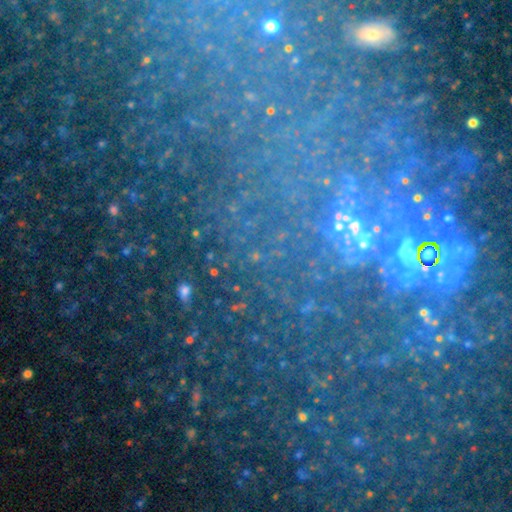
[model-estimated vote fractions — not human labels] Smooth or featured? Predicted: star or artifact (p=0.69).